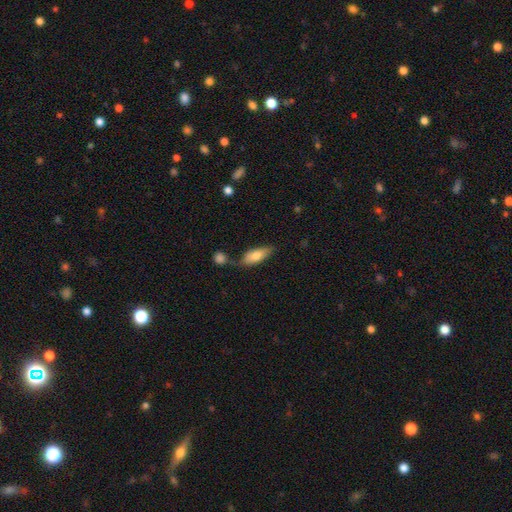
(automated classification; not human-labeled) This is likely a smooth galaxy (72%). How rounded: likely in between (75%). Merging: possibly none (49%).